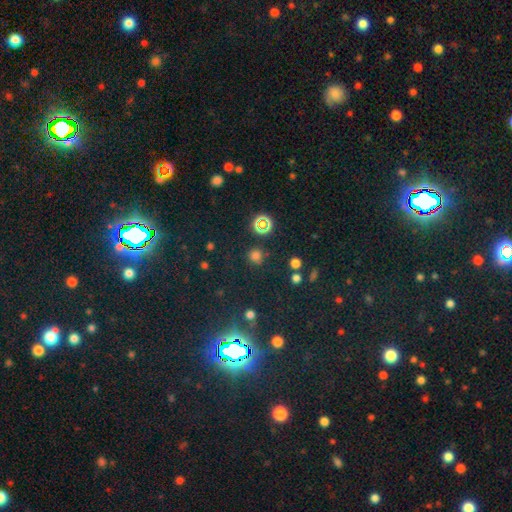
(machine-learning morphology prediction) Smooth or featured? smooth (66%)
How rounded? round (91%)
Merging? none (81%)